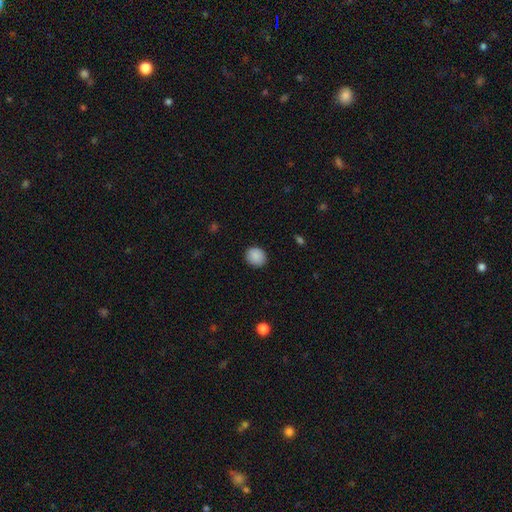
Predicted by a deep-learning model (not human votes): smooth-or-featured: smooth: 89% | star or artifact: 8% | featured or disk: 3%
  how-rounded: round: 79% | in between: 20% | cigar-shaped: 1%
  merging: none: 88% | minor disturbance: 8% | major disturbance: 2% | merger: 1%